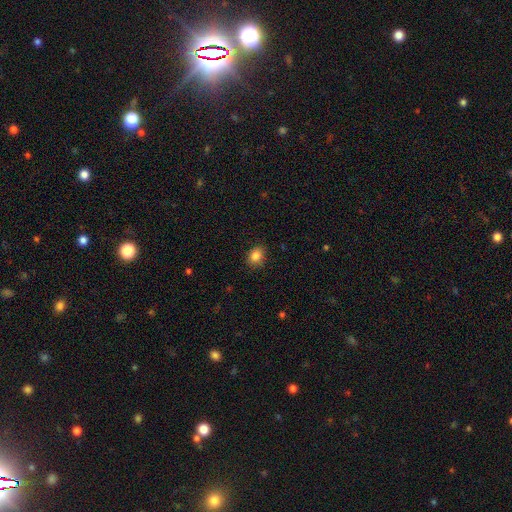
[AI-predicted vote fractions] Morphology: type=smooth (85%); roundness=in between (61%); merging=none (83%).